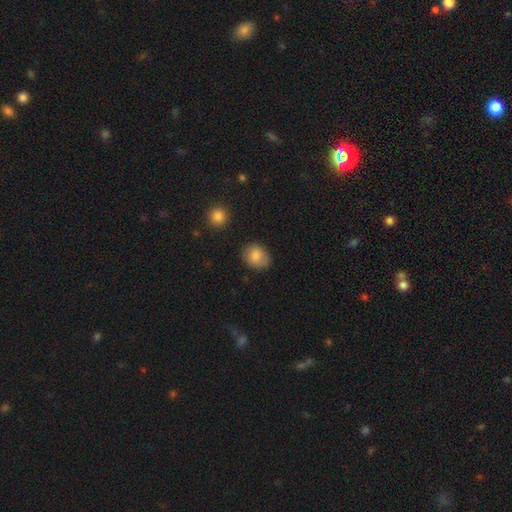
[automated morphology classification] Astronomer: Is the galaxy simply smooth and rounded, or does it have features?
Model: smooth — 83%.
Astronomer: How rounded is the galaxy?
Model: round — 54% (runner-up: in between, 45%).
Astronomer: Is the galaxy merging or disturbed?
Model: none — 77%.